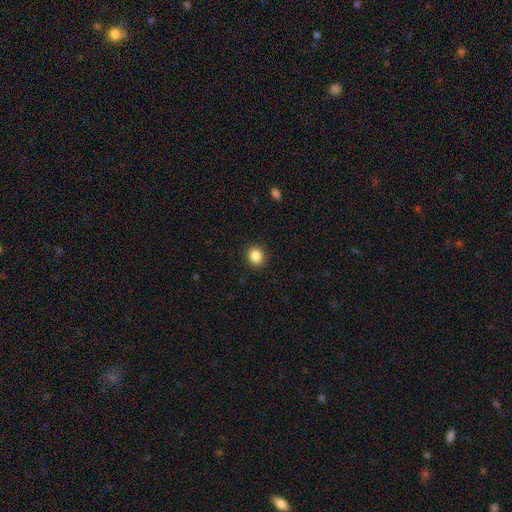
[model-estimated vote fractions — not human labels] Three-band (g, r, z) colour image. It shows a smooth galaxy with no disk features (86%) that is round (72%). Merging: none (91%).